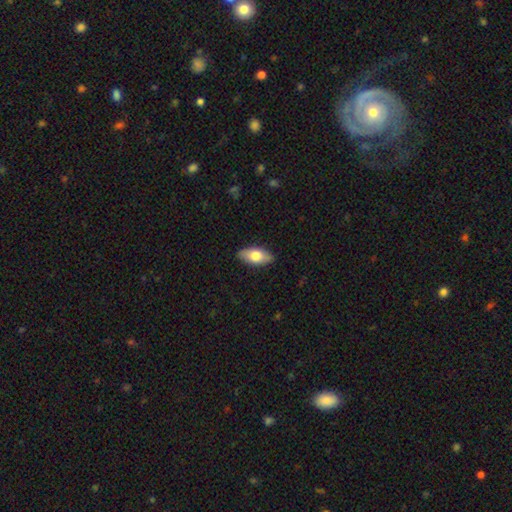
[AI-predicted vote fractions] smooth 73%, featured or disk 21%, star or artifact 6%. Down the decision tree: how rounded — in between (90%); merging — none (87%).